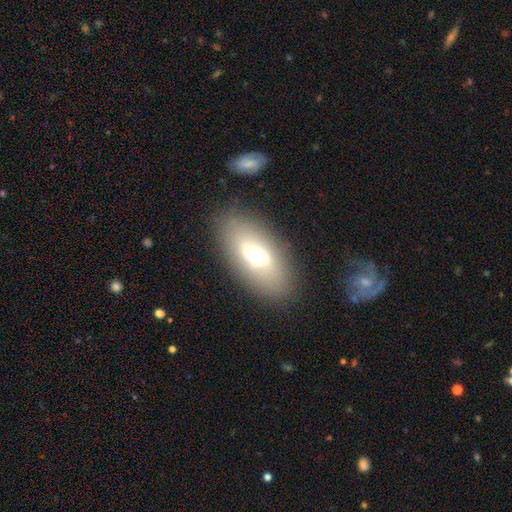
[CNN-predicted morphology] This appears to be a smooth galaxy with no disk features (56%) that is in between round and cigar-shaped (90%). Merging: none (82%).